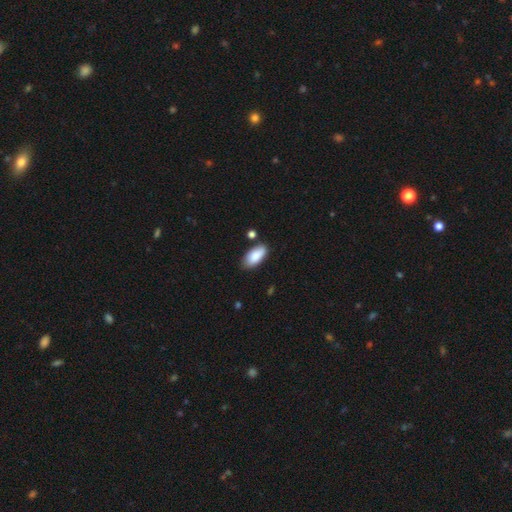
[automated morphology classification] A smooth galaxy with no disk features (87%) that is in between round and cigar-shaped (91%). Merging: none (76%).